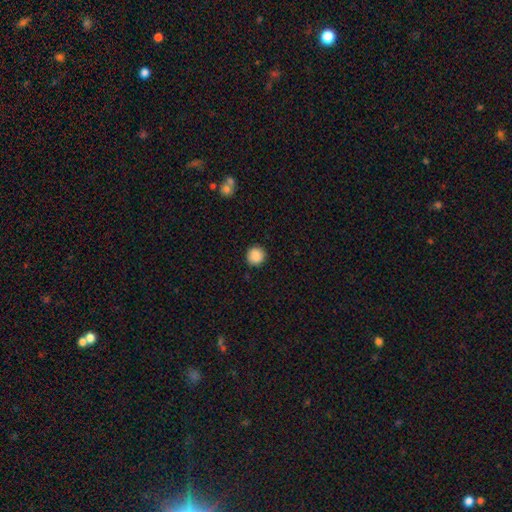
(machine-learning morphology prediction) The model was most divided on "smooth or featured": smooth: 88%, star or artifact: 9%, featured or disk: 4%. More confident: how rounded — round (92%); merging — none (90%).